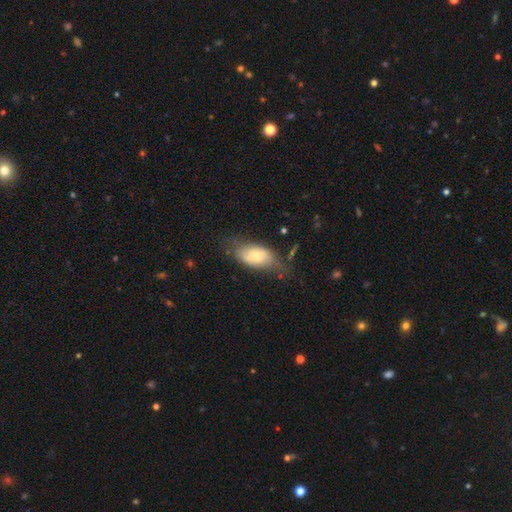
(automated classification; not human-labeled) Smooth or featured: smooth — 64% (featured or disk — 30%)
How rounded: in between — 90% (round — 5%)
Merging: none — 52% (minor disturbance — 30%)